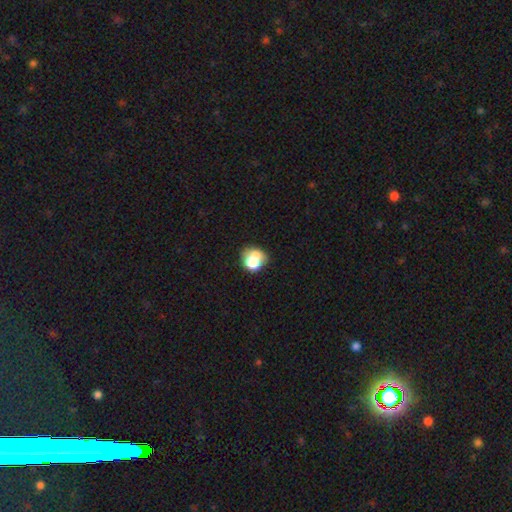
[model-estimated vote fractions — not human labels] Smooth or featured?
  - smooth: 69% *
  - featured or disk: 19%
  - star or artifact: 12%
How rounded?
  - round: 68% *
  - in between: 31%
  - cigar-shaped: 1%
Merging?
  - none: 39% *
  - merger: 26%
  - minor disturbance: 20%
  - major disturbance: 14%